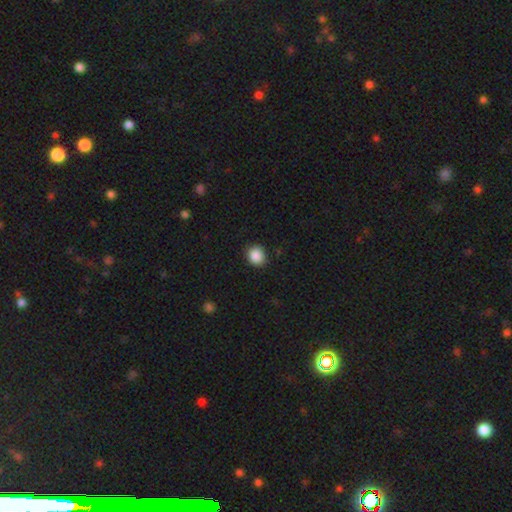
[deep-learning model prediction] Morphology: type=smooth (88%); roundness=round (80%); merging=none (88%).